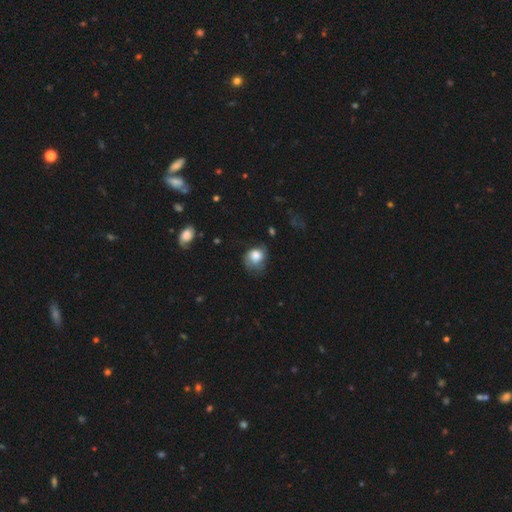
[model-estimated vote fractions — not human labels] The model was most divided on "merging": none: 44%, minor disturbance: 31%, major disturbance: 23%, merger: 2%. More confident: smooth or featured — smooth (67%); how rounded — round (65%).